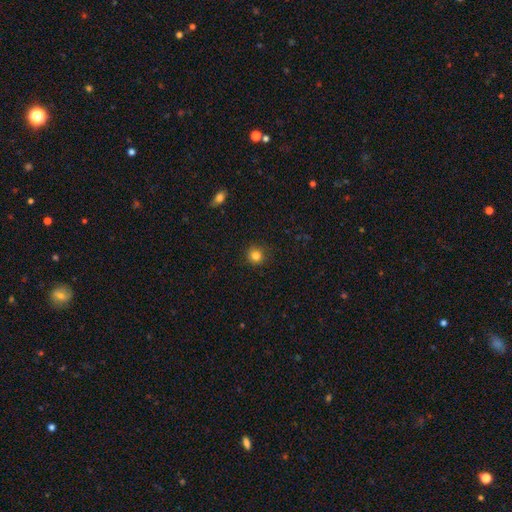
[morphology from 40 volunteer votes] Smooth or featured? smooth (85%)
How rounded? round (88%)
Merging? none (89%)